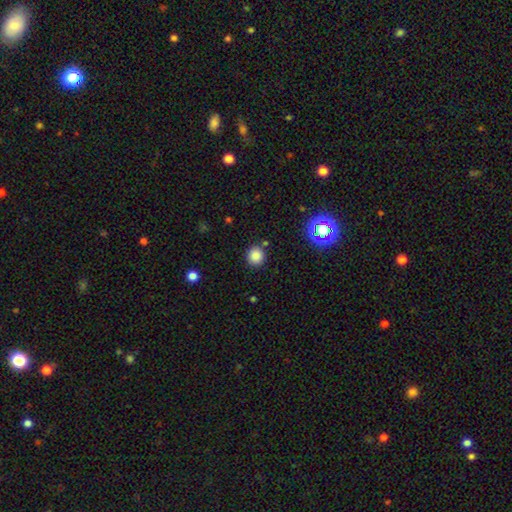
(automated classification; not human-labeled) This is clearly a smooth galaxy (82%). How rounded: clearly round (89%). Merging: clearly none (84%).